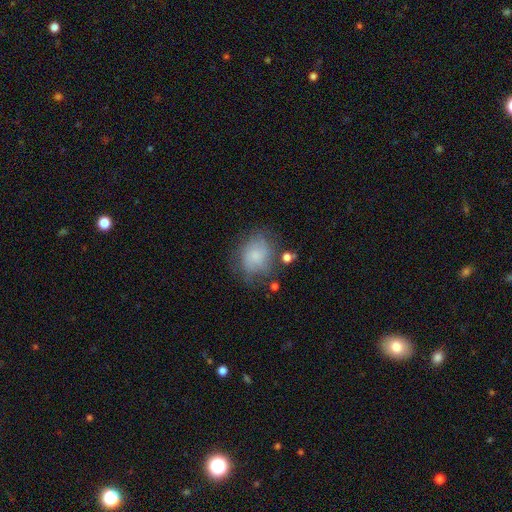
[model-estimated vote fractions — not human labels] Q: Smooth or featured?
A: smooth (69%); runner-up: featured or disk (22%)
Q: How rounded?
A: round (58%); runner-up: in between (41%)
Q: Merging?
A: none (55%); runner-up: minor disturbance (26%)